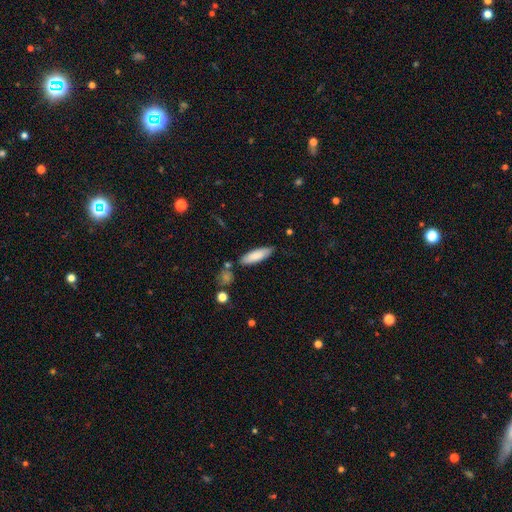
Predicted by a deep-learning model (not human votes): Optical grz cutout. It shows a smooth galaxy with no disk features (82%) that is cigar-shaped (52%). Merging: none (80%).